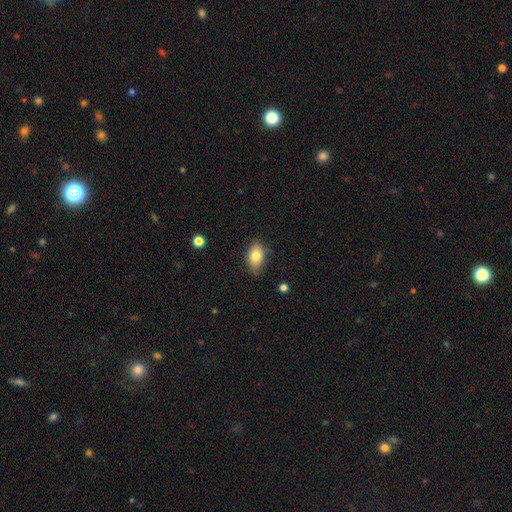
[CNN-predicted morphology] This is clearly a smooth galaxy (80%). How rounded: clearly in between (87%). Merging: likely none (76%).